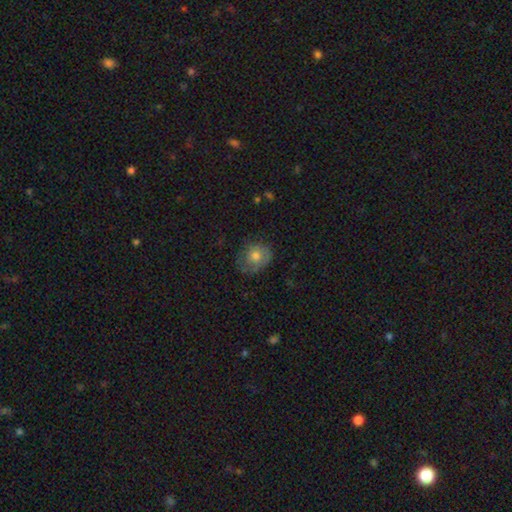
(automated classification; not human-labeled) The model was most divided on "how rounded": round: 64%, in between: 35%, cigar-shaped: 1%. More confident: smooth or featured — smooth (70%); merging — none (62%).